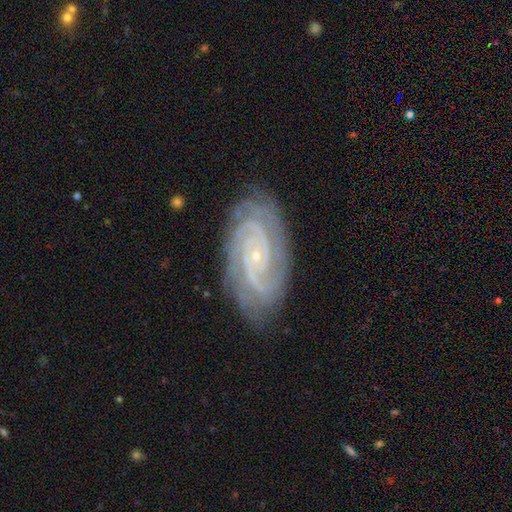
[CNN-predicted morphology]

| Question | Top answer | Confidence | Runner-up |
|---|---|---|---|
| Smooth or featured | featured or disk | 90% | star or artifact (6%) |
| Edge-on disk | no | 97% | yes (3%) |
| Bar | no | 68% | weak (24%) |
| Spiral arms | yes | 98% | no (2%) |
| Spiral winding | tight | 73% | medium (23%) |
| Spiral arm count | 2 | 43% | 3 (20%) |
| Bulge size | small | 88% | moderate (8%) |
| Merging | none | 82% | minor disturbance (14%) |